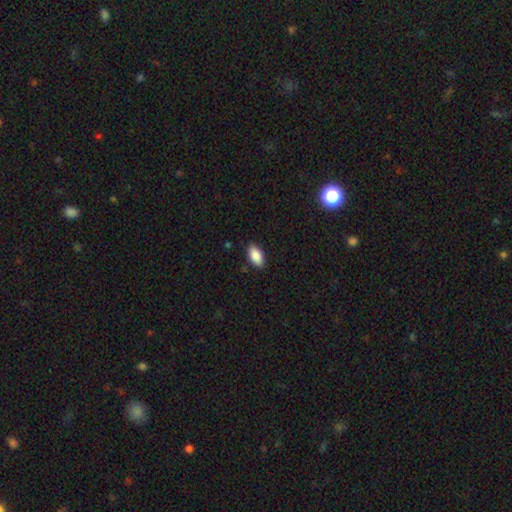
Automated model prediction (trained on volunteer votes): Smooth or featured?
  - smooth: 87% *
  - star or artifact: 7%
  - featured or disk: 5%
How rounded?
  - in between: 93% *
  - cigar-shaped: 4%
  - round: 3%
Merging?
  - none: 87% *
  - minor disturbance: 10%
  - major disturbance: 2%
  - merger: 1%